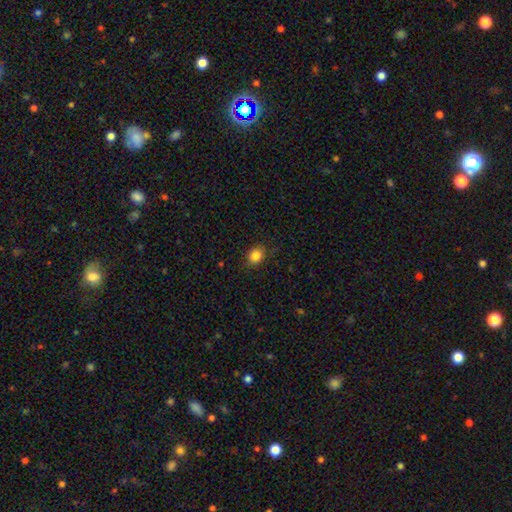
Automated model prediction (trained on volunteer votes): This appears to be a smooth galaxy with no disk features (84%) that is round (62%). Merging: none (82%).